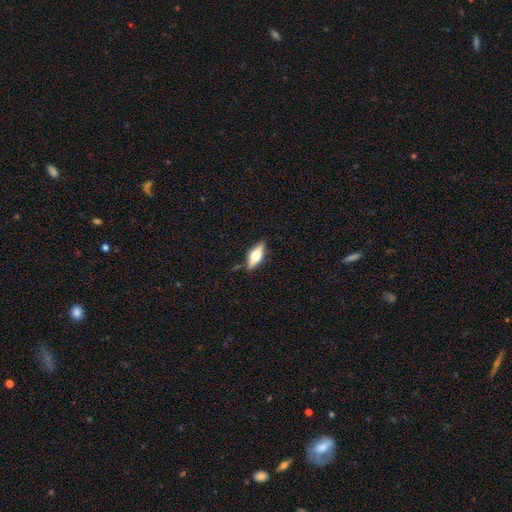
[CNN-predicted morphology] Smooth or featured? smooth (53%)
How rounded? in between (73%)
Merging? none (81%)